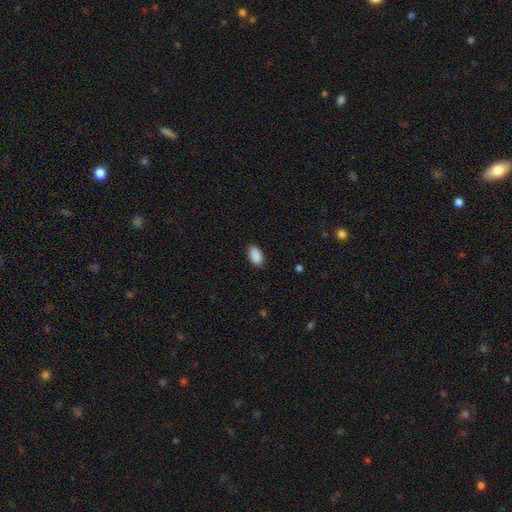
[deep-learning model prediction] A smooth galaxy with no disk features (90%) that is in between round and cigar-shaped (94%).

Vote fractions:
- Smooth or featured? smooth: 90% / star or artifact: 7% / featured or disk: 3%
- How rounded? in between: 94% / round: 4% / cigar-shaped: 2%
- Merging? none: 85% / minor disturbance: 12% / major disturbance: 2% / merger: 1%